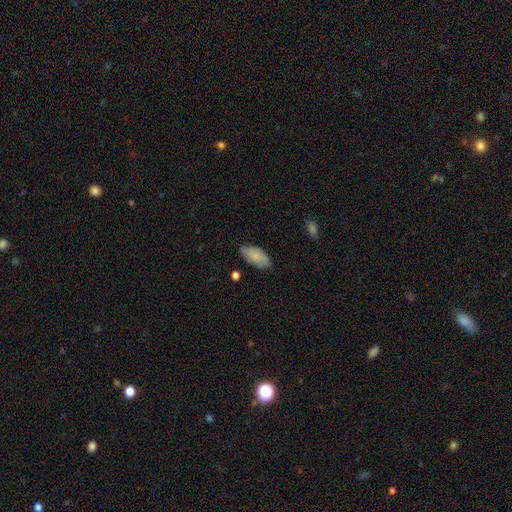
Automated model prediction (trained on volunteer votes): smooth_or_featured: smooth (p=0.83) [alt: featured or disk p=0.11]
how_rounded: in between (p=0.93) [alt: cigar-shaped p=0.05]
merging: none (p=0.81) [alt: minor disturbance p=0.15]